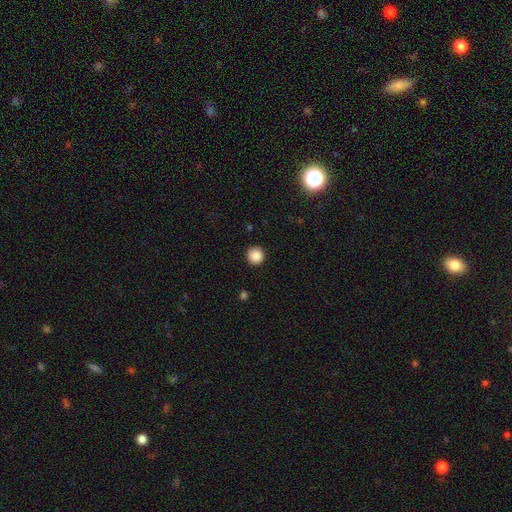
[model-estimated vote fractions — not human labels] Overall: smooth (87%). How rounded: round (95%). Merging: none (93%).